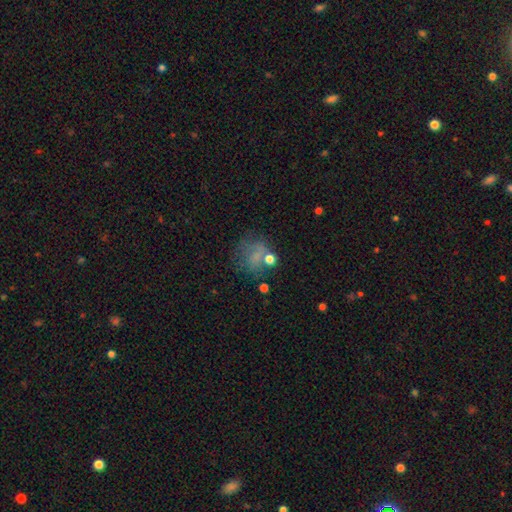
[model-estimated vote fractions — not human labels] This is possibly a smooth galaxy (48%). Merging: possibly none (46%).